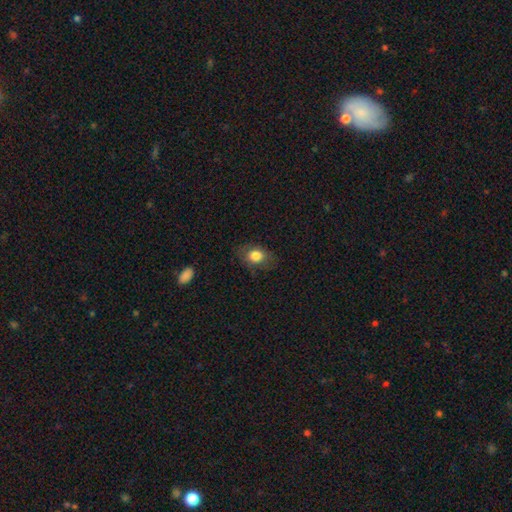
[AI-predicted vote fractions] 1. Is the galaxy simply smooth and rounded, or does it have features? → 79% smooth, 12% featured or disk, 8% star or artifact.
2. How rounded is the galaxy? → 70% in between, 29% round, 1% cigar-shaped.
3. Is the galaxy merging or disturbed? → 75% none, 17% minor disturbance, 7% major disturbance, 1% merger.